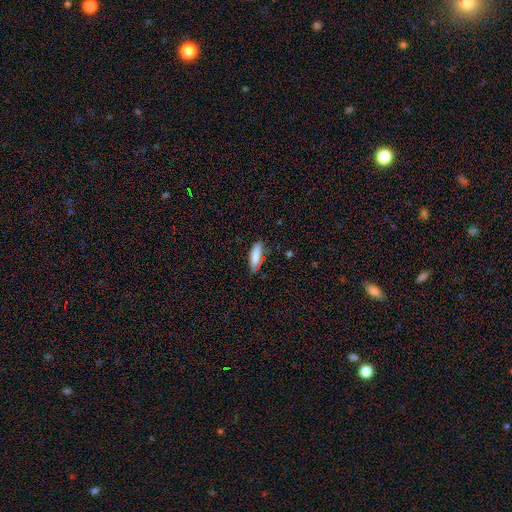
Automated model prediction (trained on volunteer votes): Overall: smooth (85%). How rounded: cigar-shaped (49%, tied with in between). Merging: none (77%).